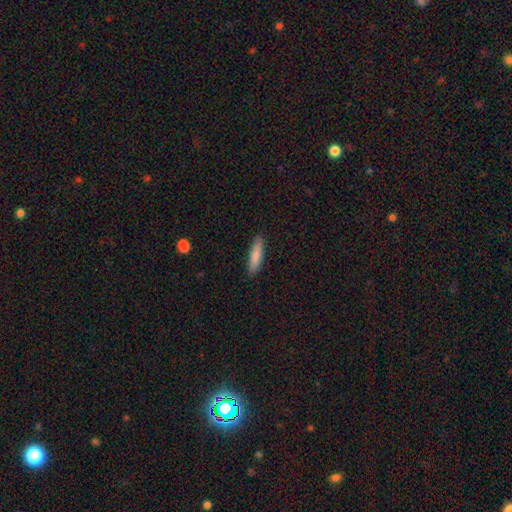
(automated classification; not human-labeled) This appears to be a smooth galaxy with no disk features (84%) that is cigar-shaped (76%). Merging: none (89%).